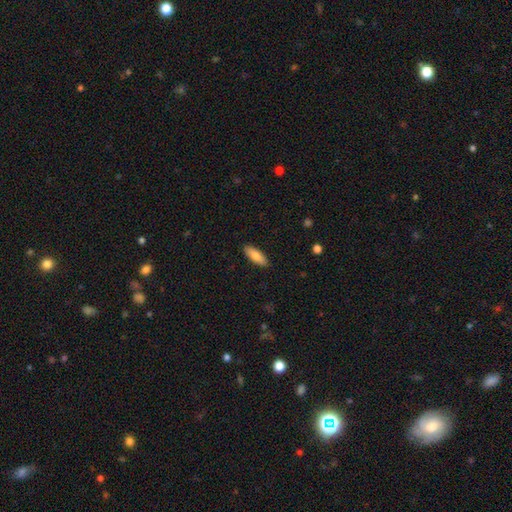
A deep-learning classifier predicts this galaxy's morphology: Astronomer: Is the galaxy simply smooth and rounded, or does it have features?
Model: smooth — 83%.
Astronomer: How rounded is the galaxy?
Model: in between — 63%.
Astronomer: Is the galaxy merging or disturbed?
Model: none — 89%.